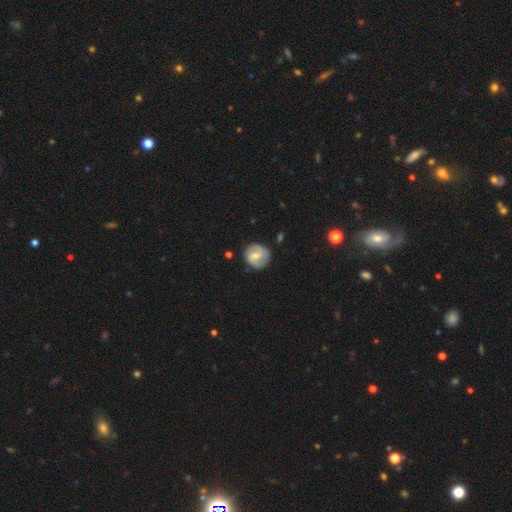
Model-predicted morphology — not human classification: A featured or disk galaxy (59%) with a weak bar (54%), spiral arms (83%) and a moderate central bulge (54%).

Vote fractions:
- Smooth or featured? featured or disk: 59% / smooth: 35% / star or artifact: 6%
- Edge-on disk? no: 97% / yes: 3%
- Bar? weak: 54% / no: 29% / strong: 16%
- Spiral arms? yes: 83% / no: 17%
- Bulge size? moderate: 54% / small: 38% / none: 4% / large: 3% / dominant: 1%
- Merging? none: 77% / minor disturbance: 16% / major disturbance: 4% / merger: 2%